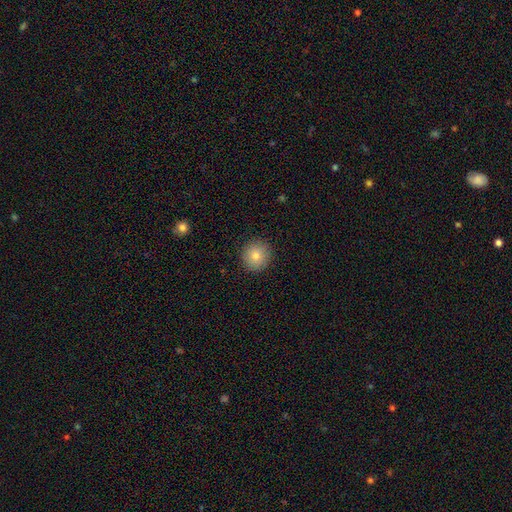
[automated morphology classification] The model was most divided on "smooth or featured": smooth: 80%, star or artifact: 10%, featured or disk: 10%. More confident: how rounded — round (92%); merging — none (91%).